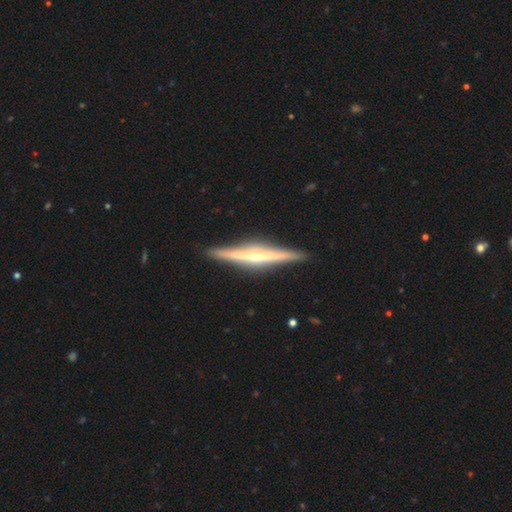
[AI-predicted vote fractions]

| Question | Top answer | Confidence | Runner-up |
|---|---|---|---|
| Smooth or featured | featured or disk | 77% | smooth (18%) |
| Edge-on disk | yes | 98% | no (2%) |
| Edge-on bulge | rounded | 65% | none (24%) |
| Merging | none | 91% | minor disturbance (6%) |